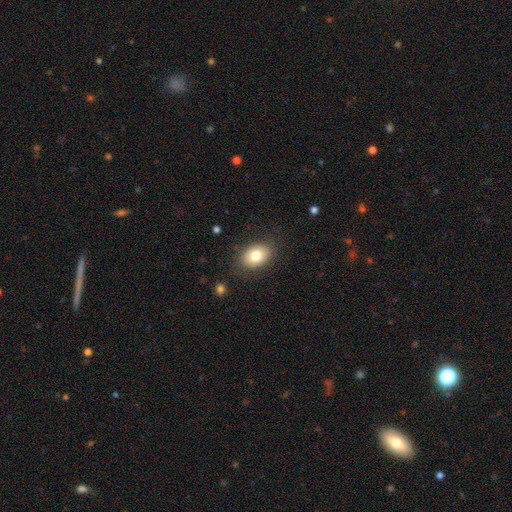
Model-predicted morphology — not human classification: Overall: smooth (79%). How rounded: in between (76%). Merging: none (83%).